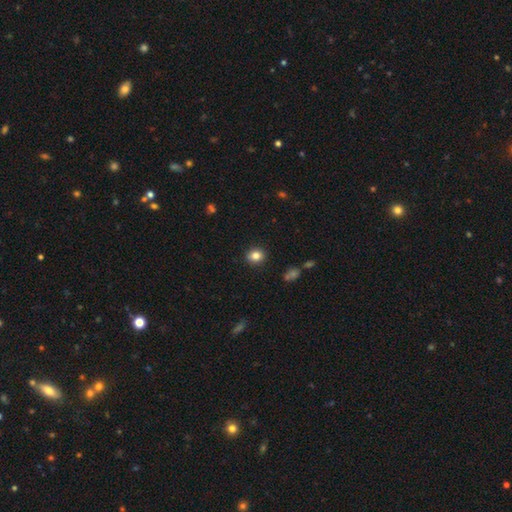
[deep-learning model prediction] smooth-or-featured: smooth: 83% | star or artifact: 10% | featured or disk: 7%
  how-rounded: round: 73% | in between: 26% | cigar-shaped: 1%
  merging: none: 90% | minor disturbance: 7% | major disturbance: 2% | merger: 1%